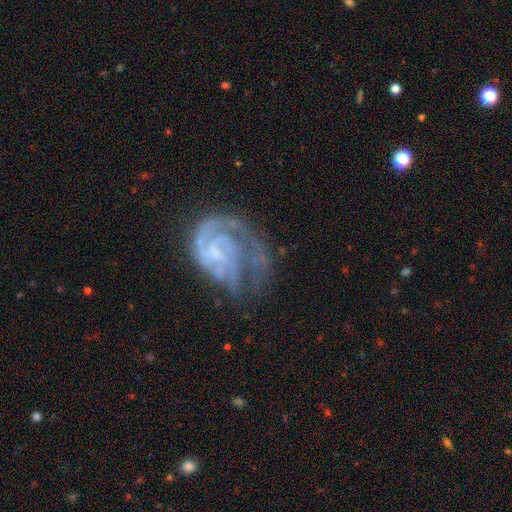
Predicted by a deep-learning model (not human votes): Q: Smooth or featured?
A: featured or disk (81%); runner-up: star or artifact (10%)
Q: Edge-on disk?
A: no (98%); runner-up: yes (2%)
Q: Bar?
A: no (63%); runner-up: weak (29%)
Q: Spiral arms?
A: yes (93%); runner-up: no (7%)
Q: Spiral winding?
A: tight (54%); runner-up: medium (35%)
Q: Spiral arm count?
A: 2 (39%); runner-up: 1 (22%)
Q: Bulge size?
A: small (63%); runner-up: moderate (18%)
Q: Merging?
A: none (50%); runner-up: major disturbance (25%)